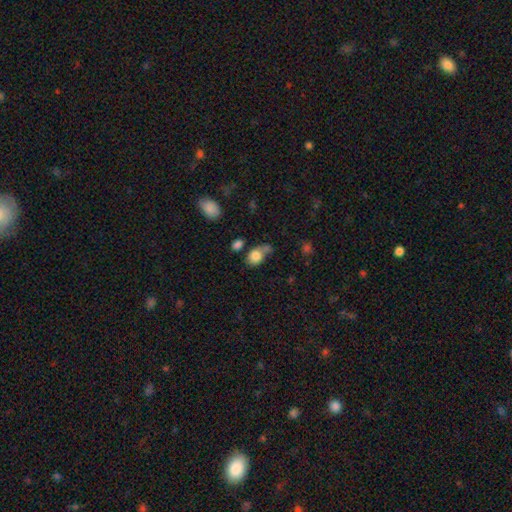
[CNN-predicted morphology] A smooth galaxy with no disk features (81%) that is in between round and cigar-shaped (64%).

Vote fractions:
- Smooth or featured? smooth: 81% / featured or disk: 10% / star or artifact: 9%
- How rounded? in between: 64% / round: 34% / cigar-shaped: 2%
- Merging? none: 40% / minor disturbance: 27% / merger: 19% / major disturbance: 14%